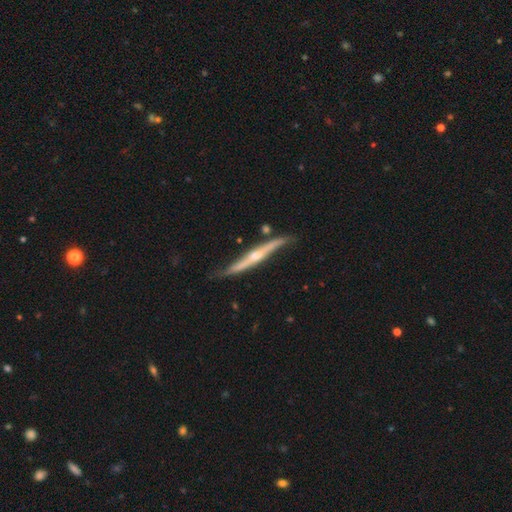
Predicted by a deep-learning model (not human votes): Smooth or featured?
  - featured or disk: 80% *
  - smooth: 15%
  - star or artifact: 5%
Edge-on disk?
  - yes: 90% *
  - no: 10%
Edge-on bulge?
  - rounded: 85% *
  - none: 12%
  - boxy: 3%
Merging?
  - none: 66% *
  - minor disturbance: 25%
  - major disturbance: 5%
  - merger: 4%